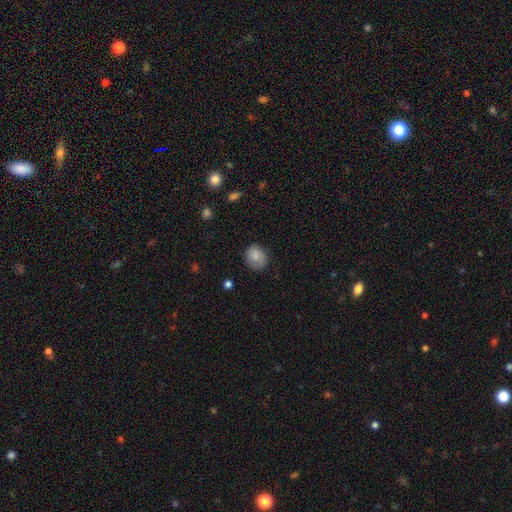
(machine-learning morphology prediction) smooth_or_featured: smooth (p=0.73) [alt: featured or disk p=0.18]
how_rounded: round (p=0.62) [alt: in between p=0.37]
merging: none (p=0.76) [alt: minor disturbance p=0.18]